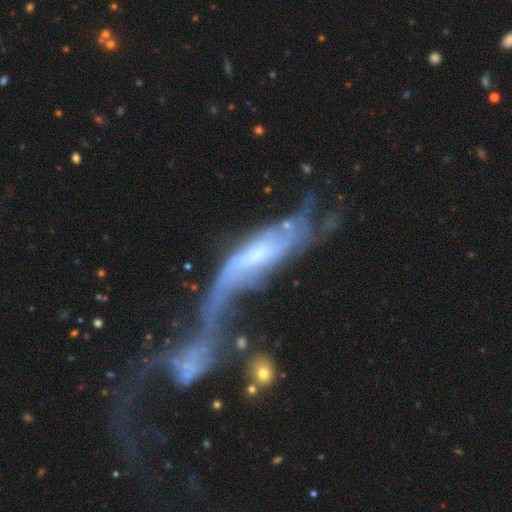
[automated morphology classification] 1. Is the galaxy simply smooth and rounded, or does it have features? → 69% featured or disk, 22% smooth, 9% star or artifact.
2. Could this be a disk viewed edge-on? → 80% no, 20% yes.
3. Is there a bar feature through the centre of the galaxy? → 55% no, 30% weak, 15% strong.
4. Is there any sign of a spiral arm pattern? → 66% yes, 34% no.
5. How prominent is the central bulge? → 36% moderate, 34% small, 19% none, 8% large, 2% dominant.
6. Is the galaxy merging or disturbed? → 60% merger, 22% major disturbance, 10% none, 7% minor disturbance.